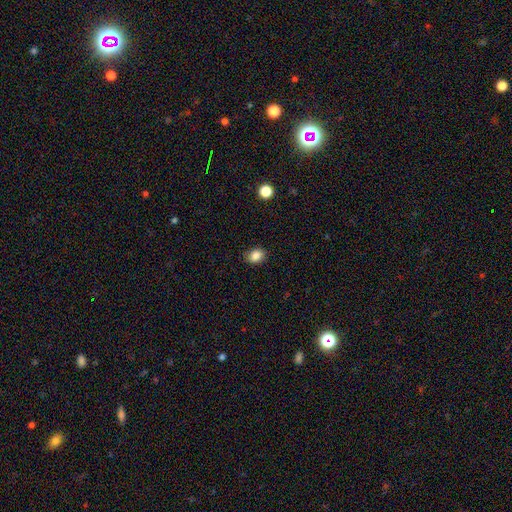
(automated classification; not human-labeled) smooth_or_featured: smooth (p=0.86) [alt: star or artifact p=0.10]
how_rounded: in between (p=0.61) [alt: round p=0.38]
merging: none (p=0.86) [alt: minor disturbance p=0.11]